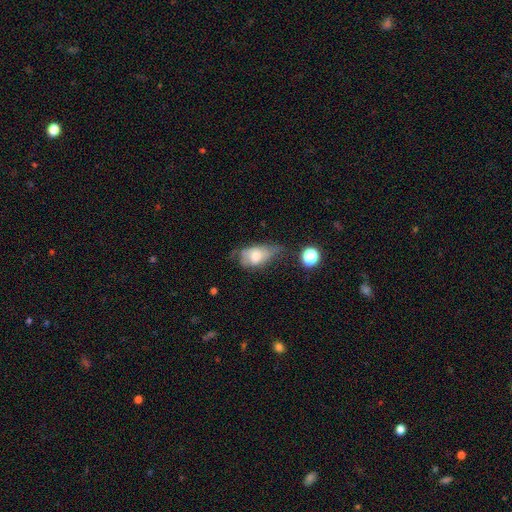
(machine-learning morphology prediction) Smooth or featured?
  - smooth: 62% *
  - featured or disk: 29%
  - star or artifact: 9%
How rounded?
  - in between: 85% *
  - round: 12%
  - cigar-shaped: 3%
Merging?
  - minor disturbance: 38% *
  - none: 28%
  - major disturbance: 28%
  - merger: 6%